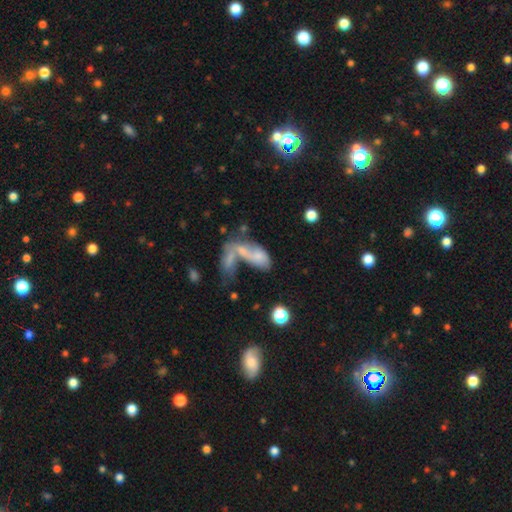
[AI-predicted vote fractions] A smooth galaxy with no disk features (56%) that is in between round and cigar-shaped (81%).

Vote fractions:
- Smooth or featured? smooth: 56% / featured or disk: 33% / star or artifact: 11%
- How rounded? in between: 81% / cigar-shaped: 13% / round: 6%
- Merging? merger: 71% / major disturbance: 12% / none: 11% / minor disturbance: 6%